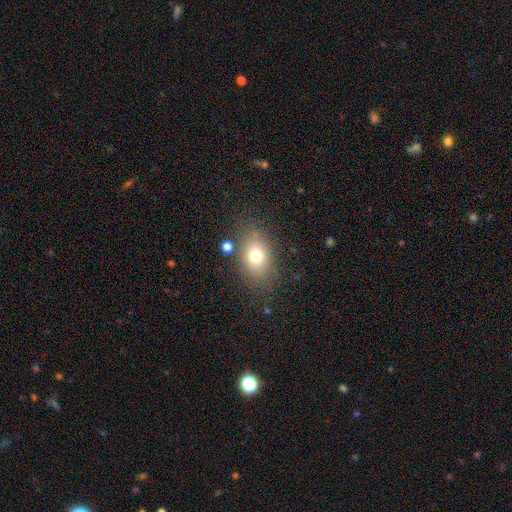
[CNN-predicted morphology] Overall: smooth (74%). How rounded: in between (74%). Merging: none (77%).